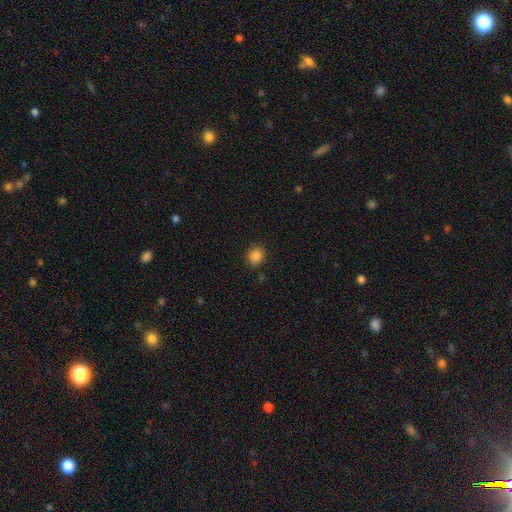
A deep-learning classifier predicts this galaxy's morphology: Smooth or featured?
  - smooth: 85% *
  - star or artifact: 11%
  - featured or disk: 4%
How rounded?
  - round: 74% *
  - in between: 25%
  - cigar-shaped: 1%
Merging?
  - none: 87% *
  - minor disturbance: 9%
  - major disturbance: 2%
  - merger: 2%